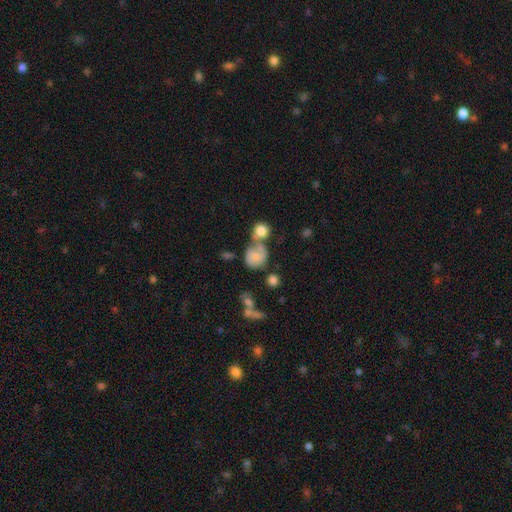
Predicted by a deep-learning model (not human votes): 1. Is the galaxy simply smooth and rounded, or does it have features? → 66% smooth, 24% featured or disk, 10% star or artifact.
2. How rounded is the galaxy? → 73% round, 25% in between, 1% cigar-shaped.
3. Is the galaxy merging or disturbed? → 40% merger, 34% none, 15% minor disturbance, 10% major disturbance.